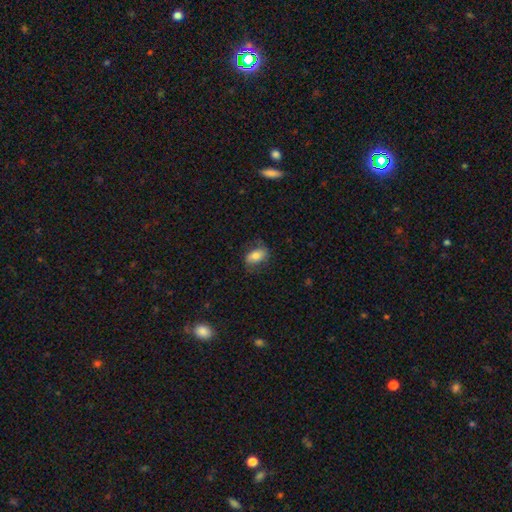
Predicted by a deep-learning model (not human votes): Morphology: type=smooth (72%); roundness=in between (88%); merging=none (70%).